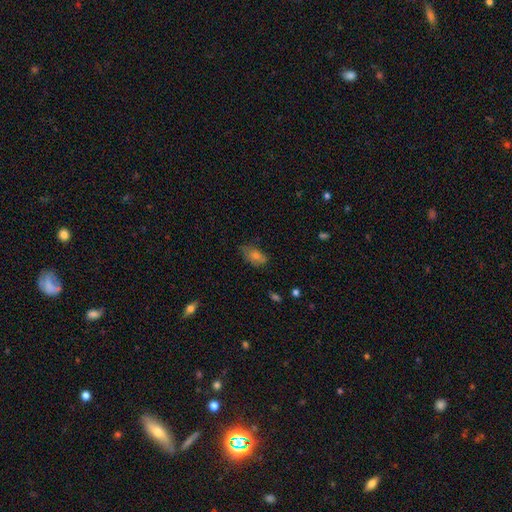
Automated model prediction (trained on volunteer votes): Smooth or featured? Predicted: smooth (p=0.58). How rounded? Predicted: in between (p=0.84). Merging? Predicted: none (p=0.65).